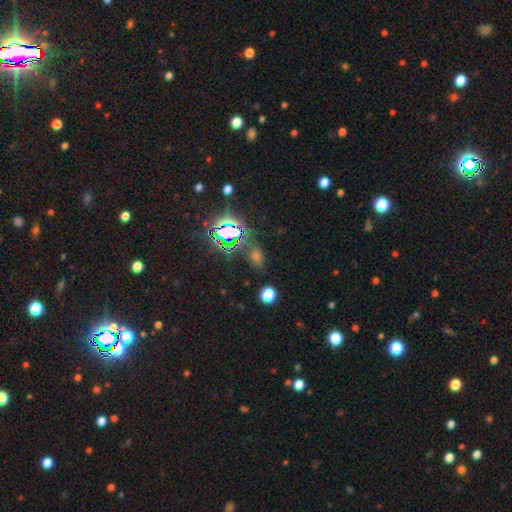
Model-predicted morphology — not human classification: star or artifact 58%, smooth 33%, featured or disk 9%.